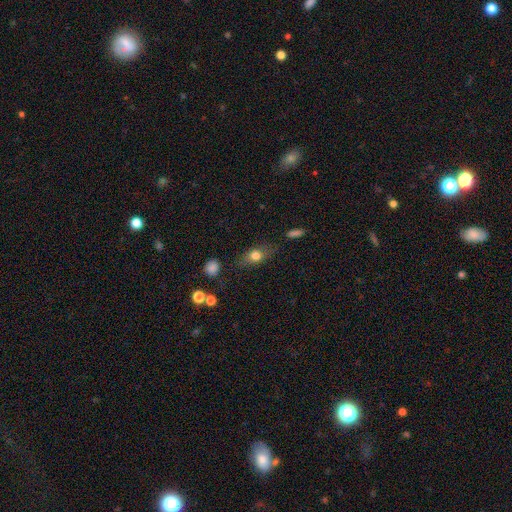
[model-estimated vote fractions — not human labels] Smooth or featured?
  - smooth: 72% *
  - featured or disk: 18%
  - star or artifact: 10%
How rounded?
  - in between: 67% *
  - round: 21%
  - cigar-shaped: 12%
Merging?
  - none: 73% *
  - minor disturbance: 18%
  - major disturbance: 6%
  - merger: 2%